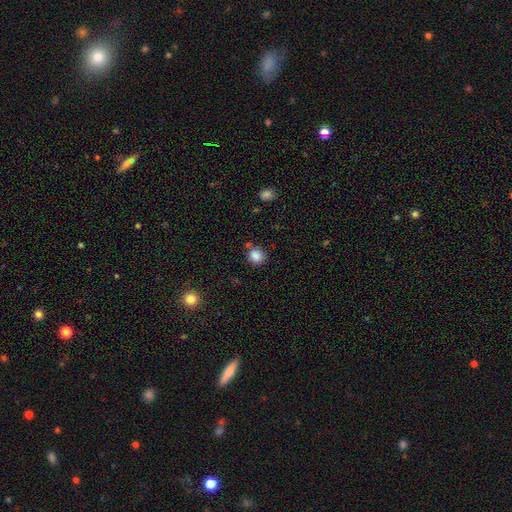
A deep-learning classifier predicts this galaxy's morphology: smooth 86%, star or artifact 10%, featured or disk 4%. Down the decision tree: how rounded — round (79%); merging — none (76%).